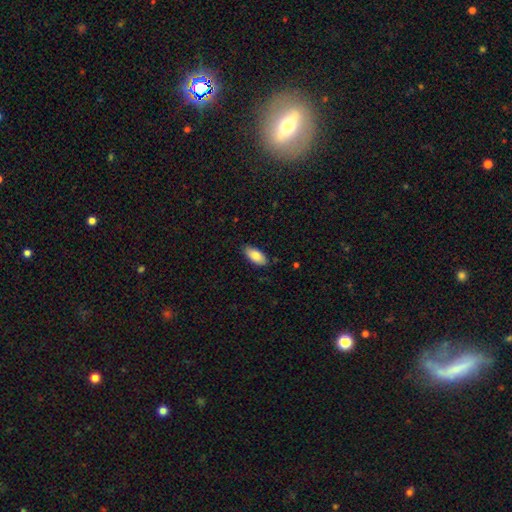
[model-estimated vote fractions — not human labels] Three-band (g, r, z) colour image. It shows a smooth galaxy with no disk features (85%) that is in between round and cigar-shaped (91%). Merging: none (84%).